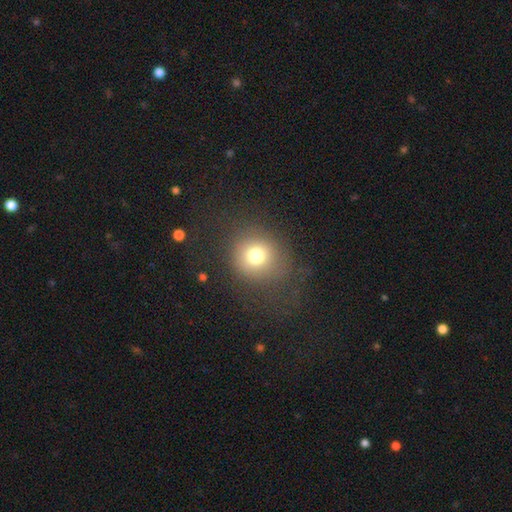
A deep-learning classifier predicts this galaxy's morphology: Smooth or featured? smooth (75%)
How rounded? round (89%)
Merging? none (77%)